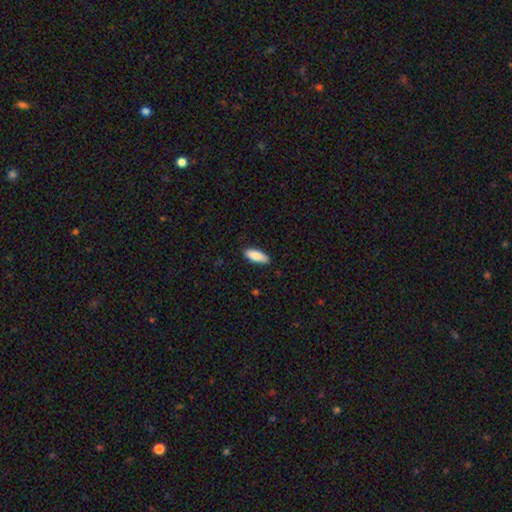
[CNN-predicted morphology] Smooth or featured? smooth (86%)
How rounded? in between (71%)
Merging? none (86%)